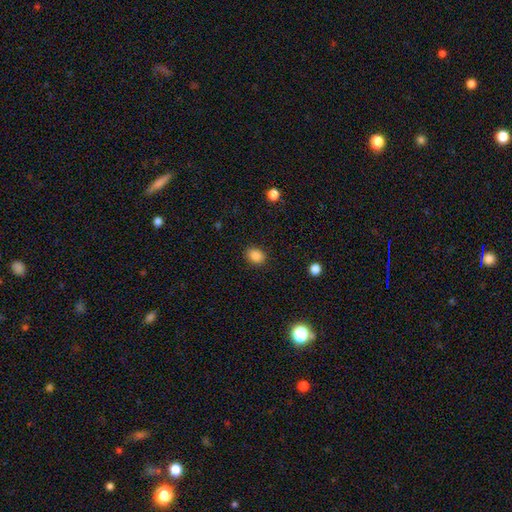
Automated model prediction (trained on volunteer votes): Smooth or featured? smooth (86%)
How rounded? in between (61%)
Merging? none (88%)